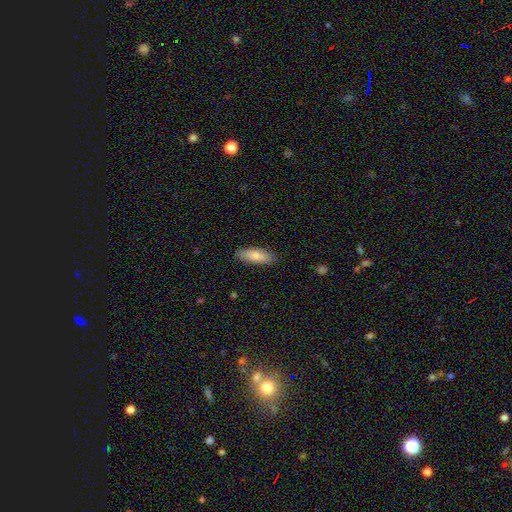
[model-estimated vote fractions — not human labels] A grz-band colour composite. It shows a smooth galaxy with no disk features (79%) that is in between round and cigar-shaped (65%). Merging: none (87%).